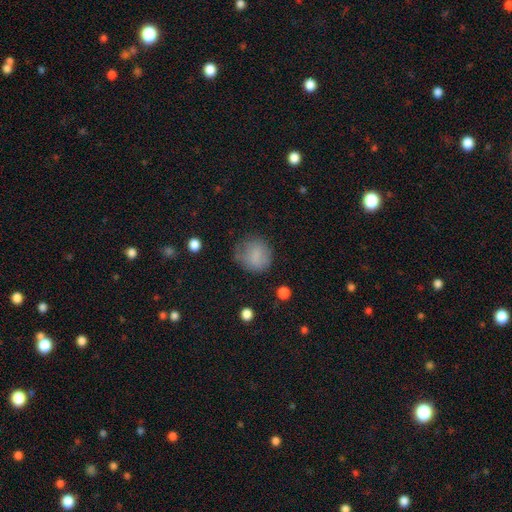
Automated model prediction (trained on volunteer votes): This appears to be a smooth galaxy with no disk features (81%) that is round (82%). Merging: none (61%).